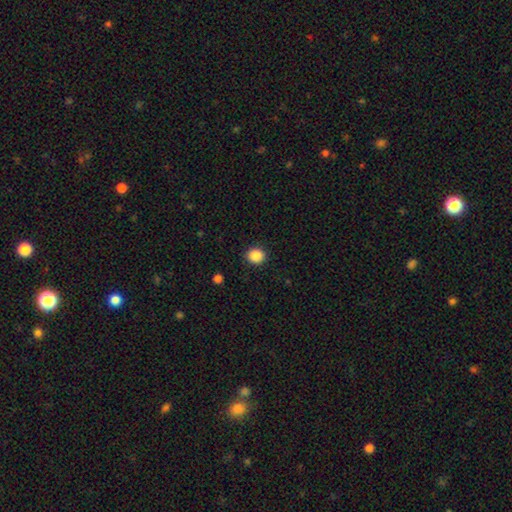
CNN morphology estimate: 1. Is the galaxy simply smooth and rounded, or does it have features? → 87% smooth, 10% star or artifact, 3% featured or disk.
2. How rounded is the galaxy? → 84% round, 15% in between, 1% cigar-shaped.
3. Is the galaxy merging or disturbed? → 91% none, 6% minor disturbance, 2% major disturbance, 1% merger.